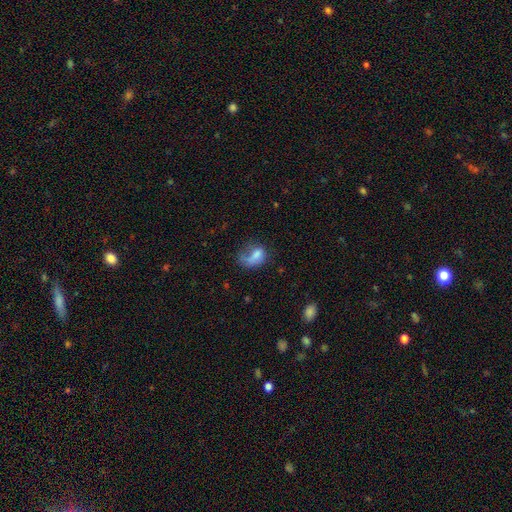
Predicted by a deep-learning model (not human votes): Smooth or featured: smooth — 68% (featured or disk — 21%)
How rounded: in between — 78% (round — 20%)
Merging: major disturbance — 42% (none — 27%)